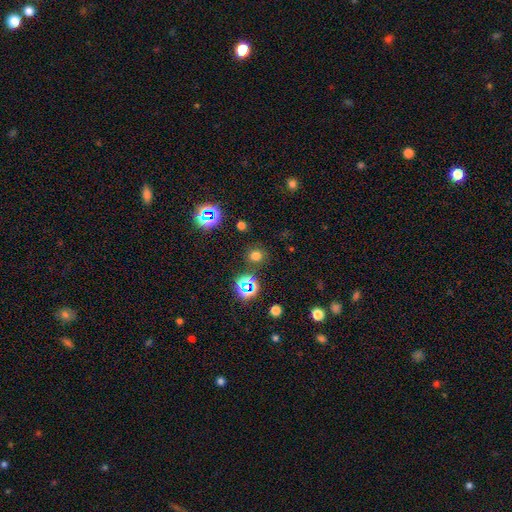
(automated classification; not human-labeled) Morphology: type=smooth (66%); roundness=round (87%); merging=none (84%).